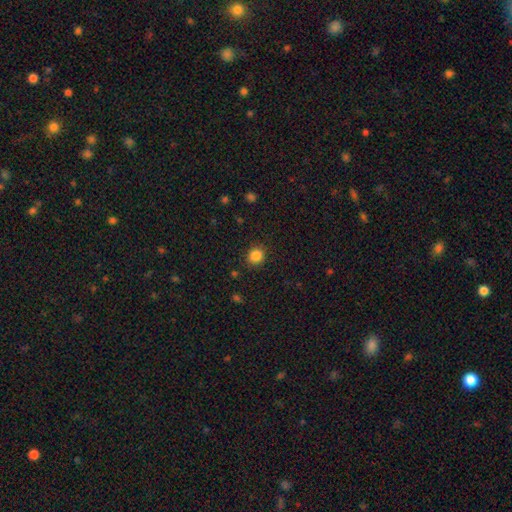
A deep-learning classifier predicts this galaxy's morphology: smooth_or_featured: smooth (p=0.86) [alt: star or artifact p=0.11]
how_rounded: round (p=0.80) [alt: in between p=0.19]
merging: none (p=0.88) [alt: minor disturbance p=0.08]